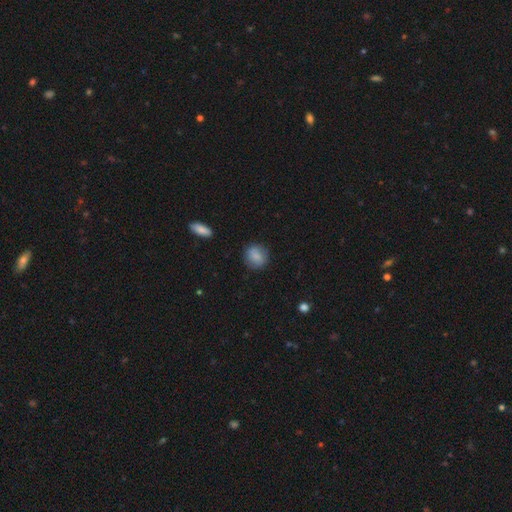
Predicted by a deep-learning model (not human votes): Overall: smooth (83%). How rounded: round (84%). Merging: none (84%).